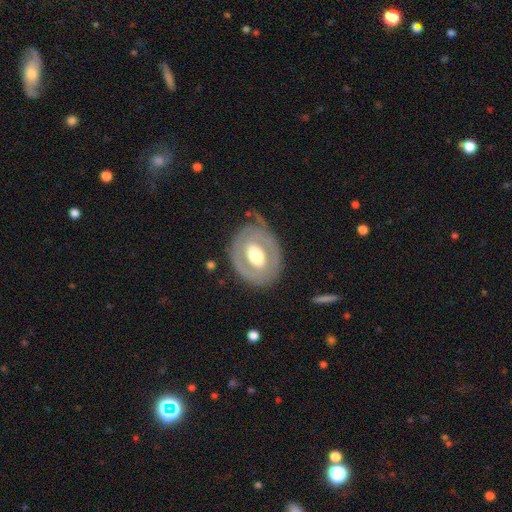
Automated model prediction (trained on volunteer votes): A featured or disk galaxy (68%) with no bar (47%), no spiral arms (53%) and a moderate central bulge (58%). Merging: none (68%).